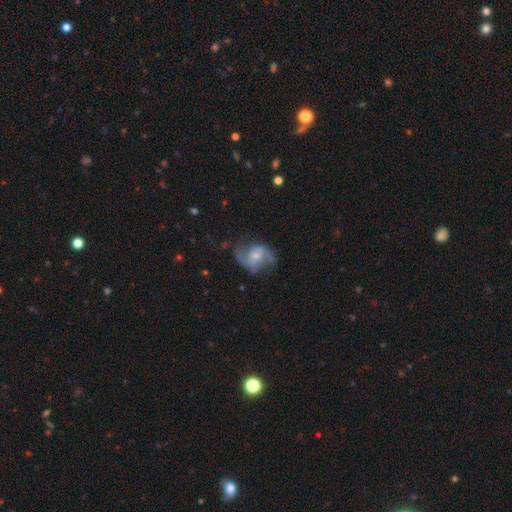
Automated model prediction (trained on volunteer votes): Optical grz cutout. It shows a featured or disk galaxy (79%) with no bar (53%), 2 (85%) medium (45%) spiral arms (93%) and a small central bulge (51%). Merging: none (59%).